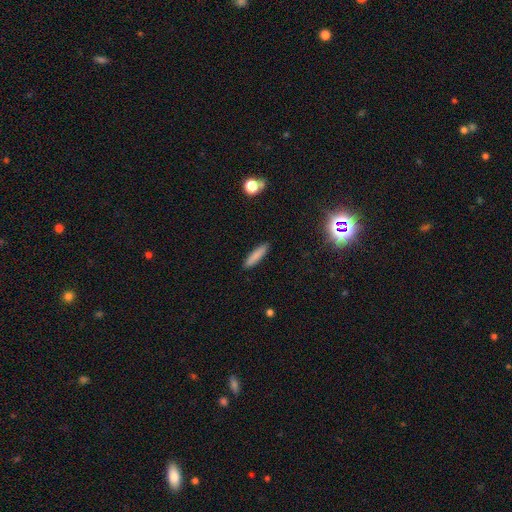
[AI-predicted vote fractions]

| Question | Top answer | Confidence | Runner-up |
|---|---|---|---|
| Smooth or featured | smooth | 84% | featured or disk (9%) |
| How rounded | cigar-shaped | 80% | in between (19%) |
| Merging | none | 90% | minor disturbance (7%) |